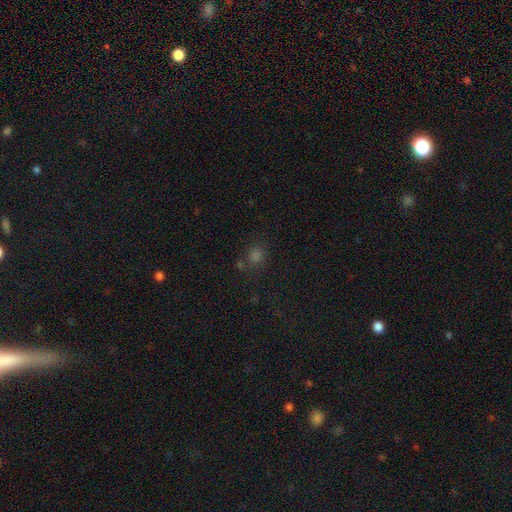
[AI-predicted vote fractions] A smooth galaxy with no disk features (63%) that is round (73%). Merging: none (73%).